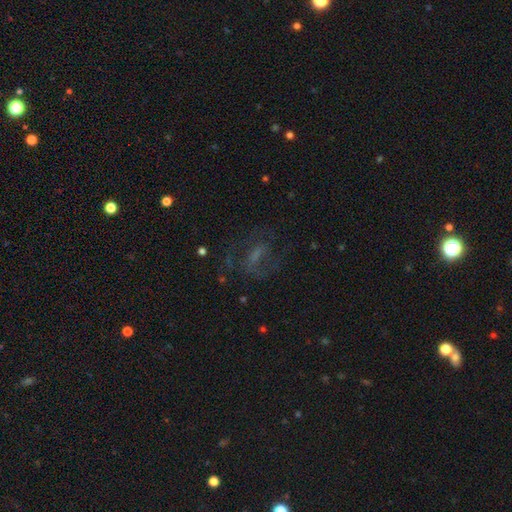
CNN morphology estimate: Overall: featured or disk (51%; smooth 26%). Edge-on disk: no (93%). Merging: none (58%; major disturbance 23%).